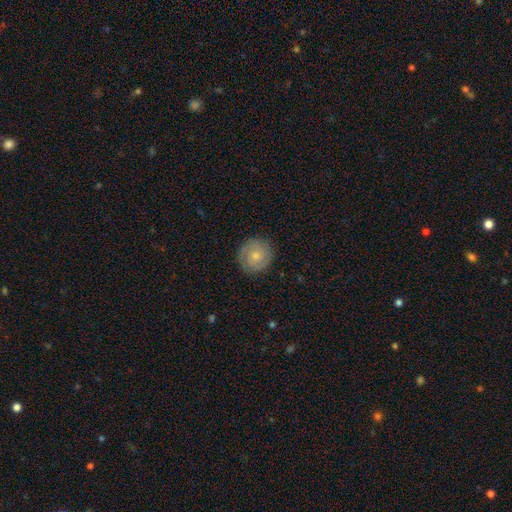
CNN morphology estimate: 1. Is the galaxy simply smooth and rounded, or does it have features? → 59% featured or disk, 34% smooth, 7% star or artifact.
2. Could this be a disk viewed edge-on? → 98% no, 2% yes.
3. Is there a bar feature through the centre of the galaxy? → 76% no, 21% weak, 3% strong.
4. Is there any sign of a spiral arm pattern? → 90% yes, 10% no.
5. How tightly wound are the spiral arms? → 67% tight, 26% medium, 6% loose.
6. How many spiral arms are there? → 55% 2, 20% can't tell, 14% 3, 4% 1, 4% 4, 3% more than 4.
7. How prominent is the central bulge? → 60% small, 34% moderate, 3% none, 2% large, 1% dominant.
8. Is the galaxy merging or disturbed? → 85% none, 11% minor disturbance, 3% major disturbance, 1% merger.